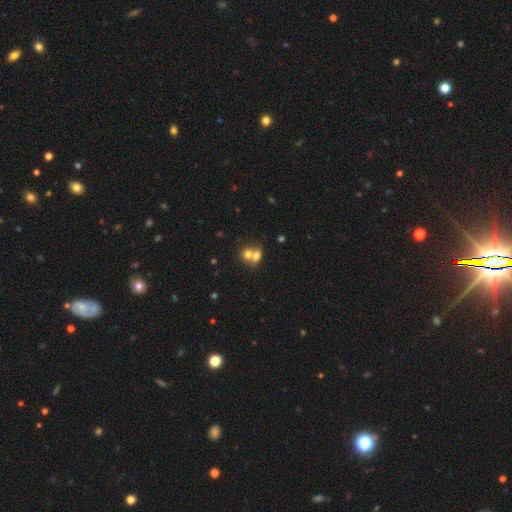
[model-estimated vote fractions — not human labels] Smooth or featured? Predicted: smooth (p=0.69). How rounded? Predicted: round (p=0.55). Merging? Predicted: merger (p=0.66).